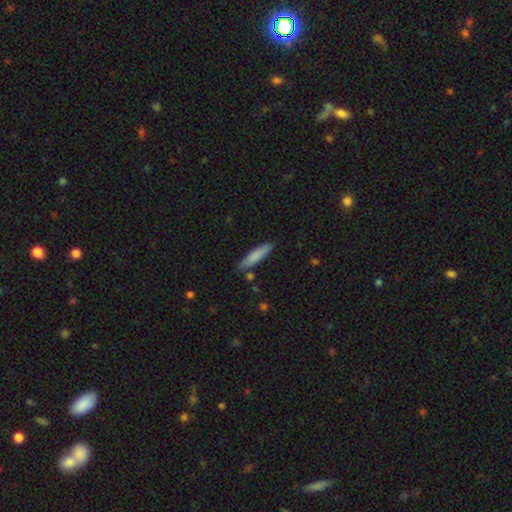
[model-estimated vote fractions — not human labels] A smooth galaxy with no disk features (80%) that is cigar-shaped (83%). Merging: none (83%).